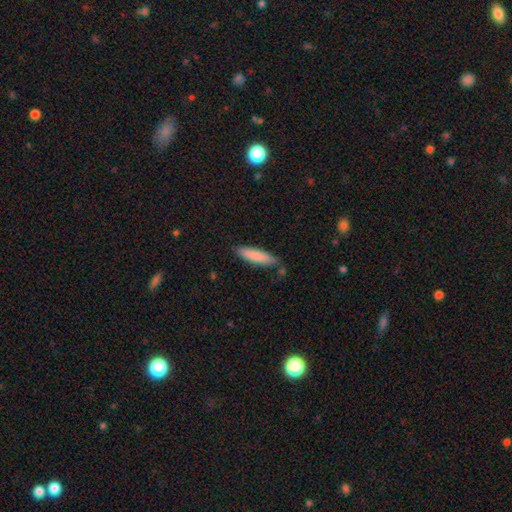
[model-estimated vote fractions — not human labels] Smooth or featured? Predicted: smooth (p=0.84). How rounded? Predicted: cigar-shaped (p=0.76). Merging? Predicted: none (p=0.81).